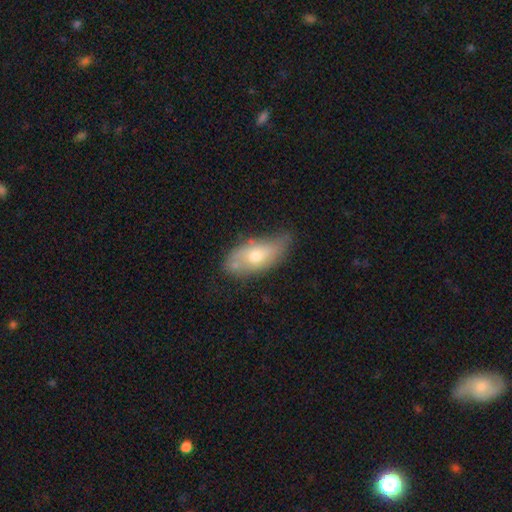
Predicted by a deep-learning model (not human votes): Smooth or featured? Predicted: smooth (p=0.60). How rounded? Predicted: in between (p=0.87). Merging? Predicted: none (p=0.48).